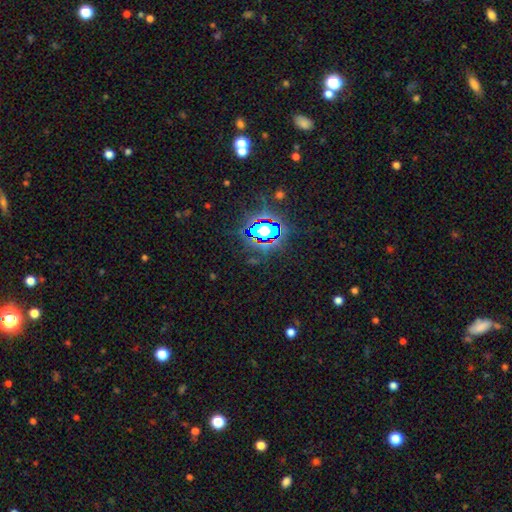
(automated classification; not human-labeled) Overall: star or artifact (81%).